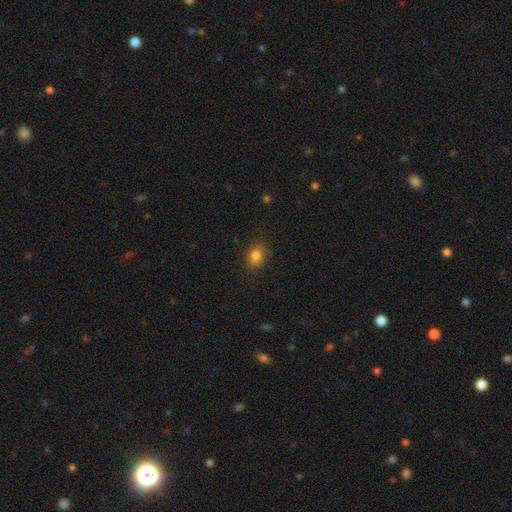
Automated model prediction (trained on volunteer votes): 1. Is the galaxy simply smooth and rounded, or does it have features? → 82% smooth, 11% star or artifact, 7% featured or disk.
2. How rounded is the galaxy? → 63% in between, 36% round, 1% cigar-shaped.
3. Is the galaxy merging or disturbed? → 85% none, 11% minor disturbance, 3% major disturbance, 1% merger.